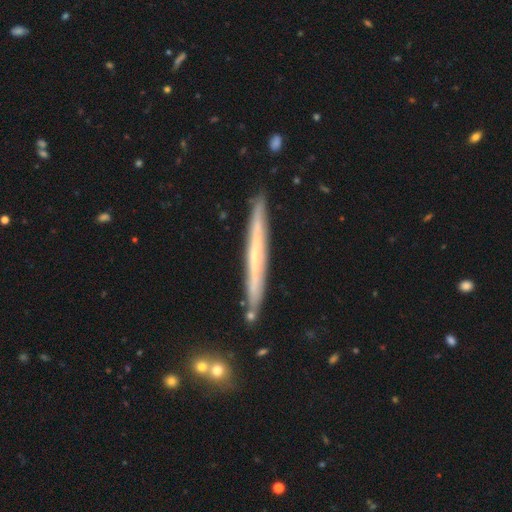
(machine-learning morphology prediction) This appears to be a featured or disk galaxy (61%) viewed edge-on (94%) with no central bulge (72%). Merging: none (88%).